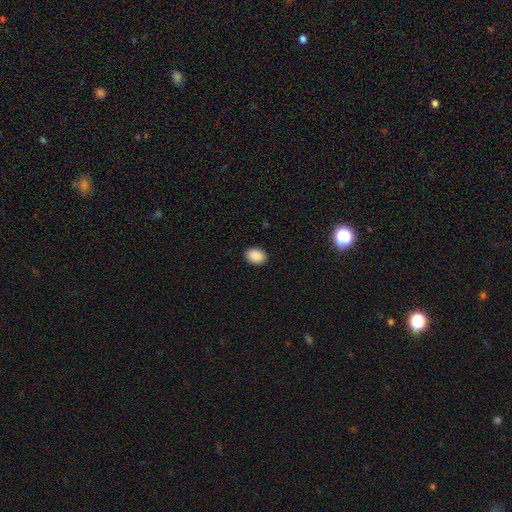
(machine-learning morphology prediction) Smooth or featured? Predicted: smooth (p=0.89). How rounded? Predicted: in between (p=0.71). Merging? Predicted: none (p=0.91).